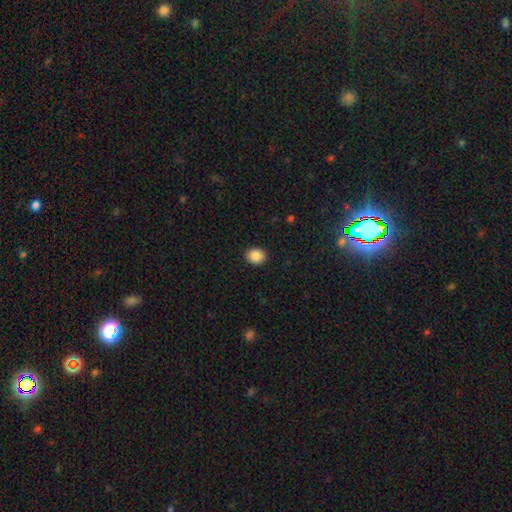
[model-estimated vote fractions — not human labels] Smooth or featured: smooth — 88% (star or artifact — 9%)
How rounded: round — 68% (in between — 31%)
Merging: none — 91% (minor disturbance — 6%)